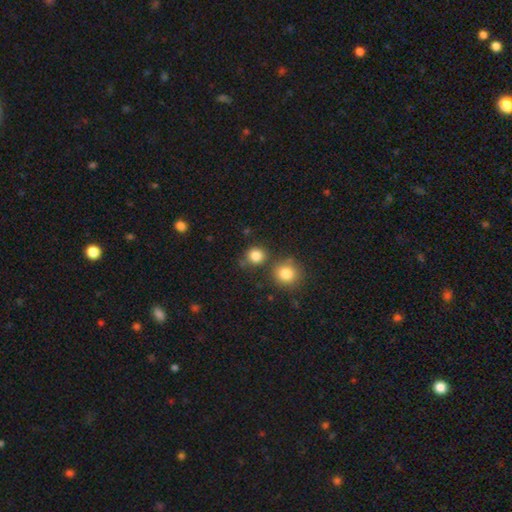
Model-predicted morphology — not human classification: smooth 83%, star or artifact 12%, featured or disk 5%. Down the decision tree: how rounded — round (86%); merging — none (73%).